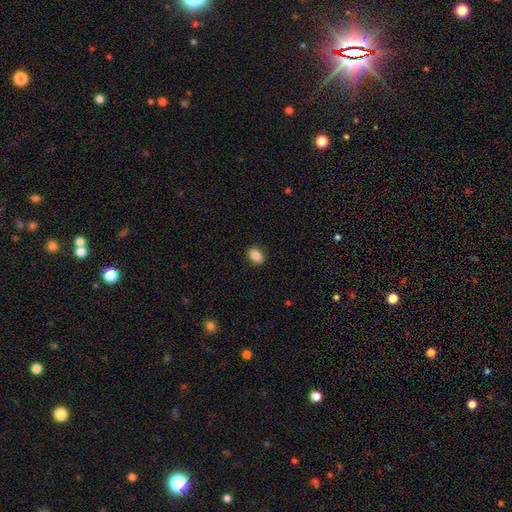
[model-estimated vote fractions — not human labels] smooth-or-featured: smooth: 88% | star or artifact: 8% | featured or disk: 4%
  how-rounded: in between: 84% | round: 14% | cigar-shaped: 2%
  merging: none: 89% | minor disturbance: 8% | major disturbance: 2% | merger: 1%